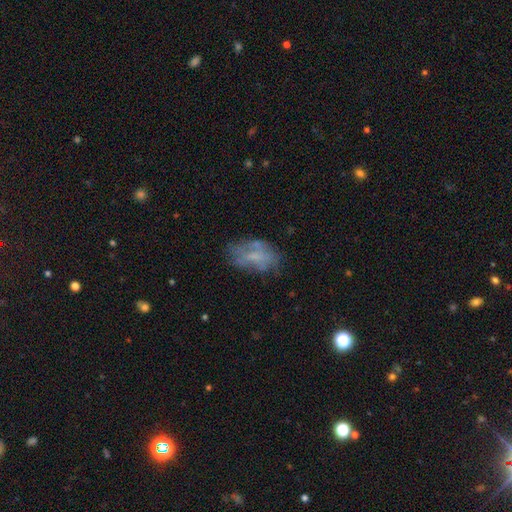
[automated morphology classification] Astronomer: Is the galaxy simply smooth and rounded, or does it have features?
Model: smooth — 48% (runner-up: featured or disk, 41%).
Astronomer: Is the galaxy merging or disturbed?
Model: none — 56%.